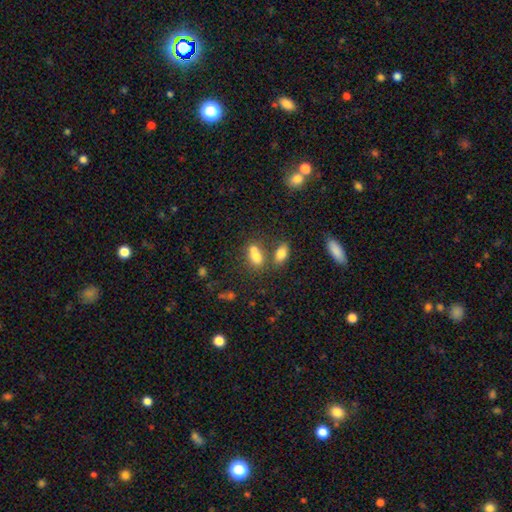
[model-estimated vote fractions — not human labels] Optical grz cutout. It shows a smooth galaxy with no disk features (77%) that is in between round and cigar-shaped (81%). Merging: merger (46%).